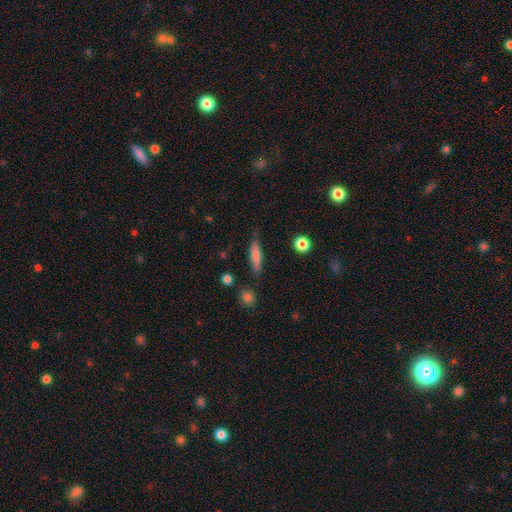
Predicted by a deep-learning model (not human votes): Smooth or featured: smooth — 72% (featured or disk — 20%)
How rounded: cigar-shaped — 71% (in between — 26%)
Merging: none — 78% (minor disturbance — 15%)